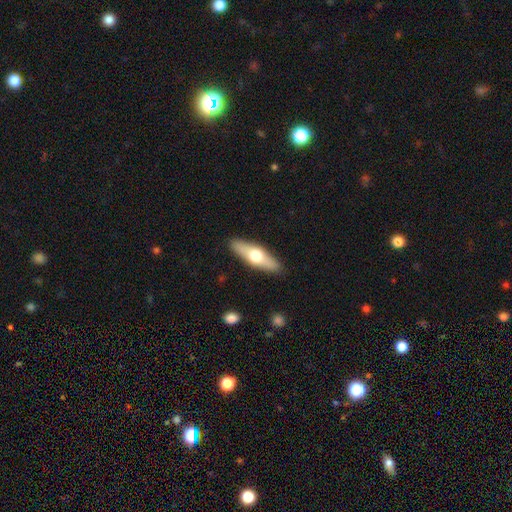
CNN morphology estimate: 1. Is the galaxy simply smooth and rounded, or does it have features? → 48% smooth, 47% featured or disk, 5% star or artifact.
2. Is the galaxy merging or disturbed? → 89% none, 8% minor disturbance, 2% major disturbance, 1% merger.